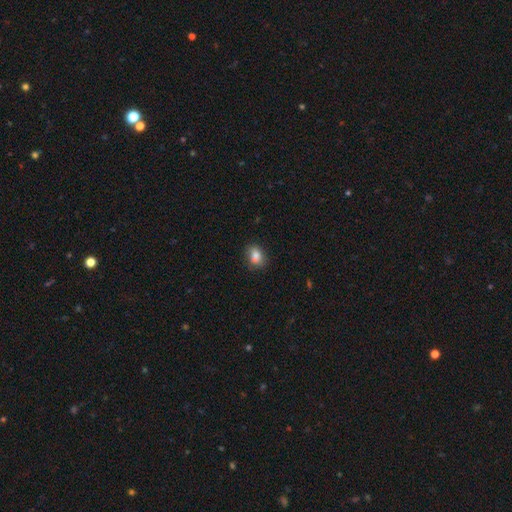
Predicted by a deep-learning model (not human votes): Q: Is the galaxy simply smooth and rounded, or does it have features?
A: smooth — 84%.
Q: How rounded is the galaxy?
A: in between — 62%.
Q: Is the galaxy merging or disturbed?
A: none — 80%.